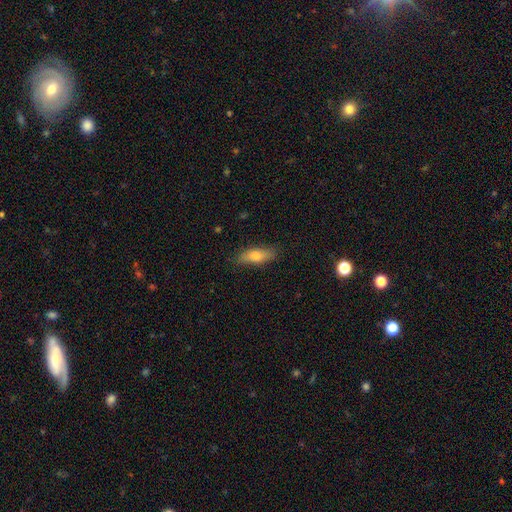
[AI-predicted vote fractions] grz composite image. It shows a smooth galaxy with no disk features (68%) that is in between round and cigar-shaped (54%). Merging: none (85%).